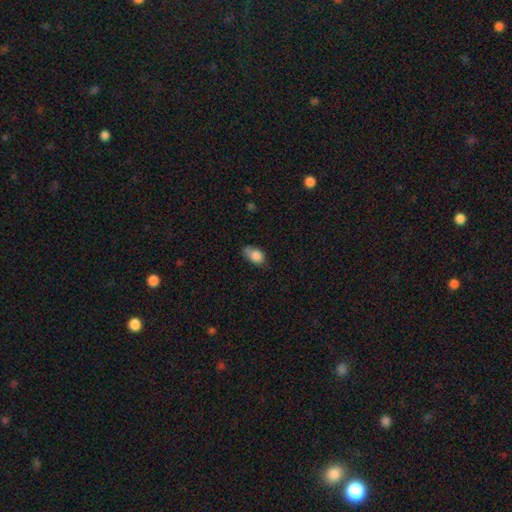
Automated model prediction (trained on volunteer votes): Smooth or featured: smooth — 84% (star or artifact — 8%)
How rounded: in between — 85% (round — 13%)
Merging: none — 53% (minor disturbance — 36%)